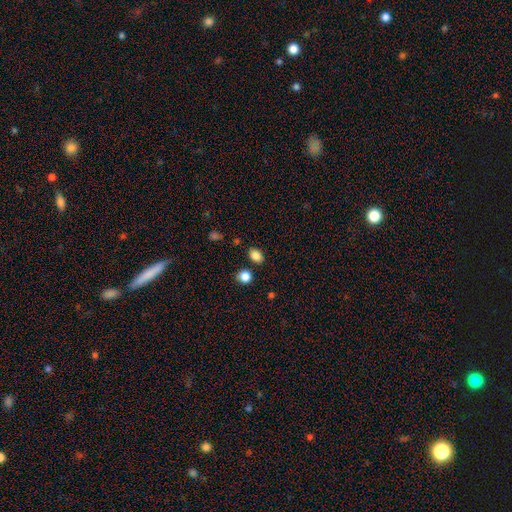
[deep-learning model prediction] A smooth galaxy with no disk features (85%) that is in between round and cigar-shaped (65%).

Vote fractions:
- Smooth or featured? smooth: 85% / star or artifact: 11% / featured or disk: 4%
- How rounded? in between: 65% / round: 34% / cigar-shaped: 1%
- Merging? none: 83% / minor disturbance: 9% / merger: 5% / major disturbance: 3%